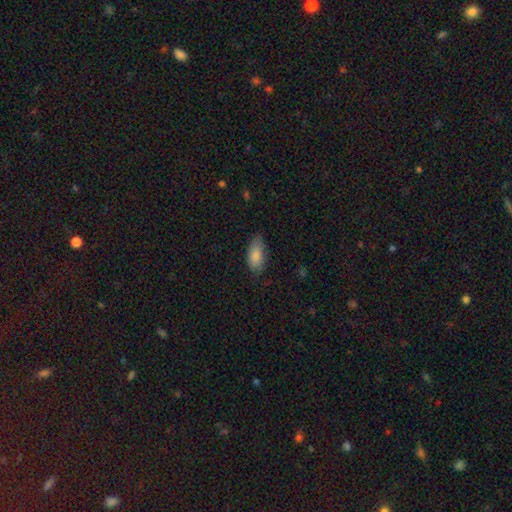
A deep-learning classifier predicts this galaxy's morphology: A smooth galaxy with no disk features (86%) that is in between round and cigar-shaped (89%).

Vote fractions:
- Smooth or featured? smooth: 86% / featured or disk: 8% / star or artifact: 6%
- How rounded? in between: 89% / cigar-shaped: 9% / round: 2%
- Merging? none: 69% / minor disturbance: 25% / major disturbance: 5% / merger: 1%